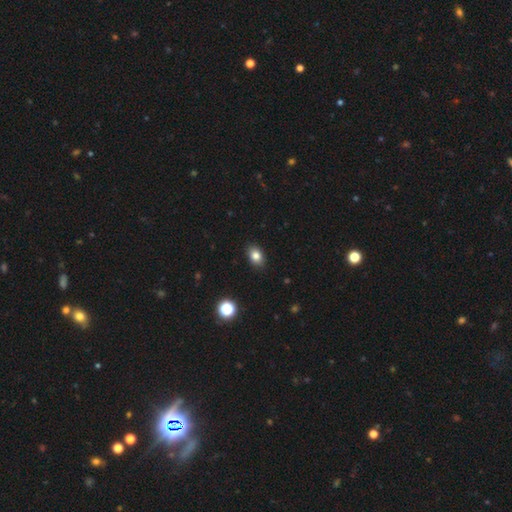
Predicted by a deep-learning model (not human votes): A smooth galaxy with no disk features (82%) that is in between round and cigar-shaped (77%). Merging: none (88%).